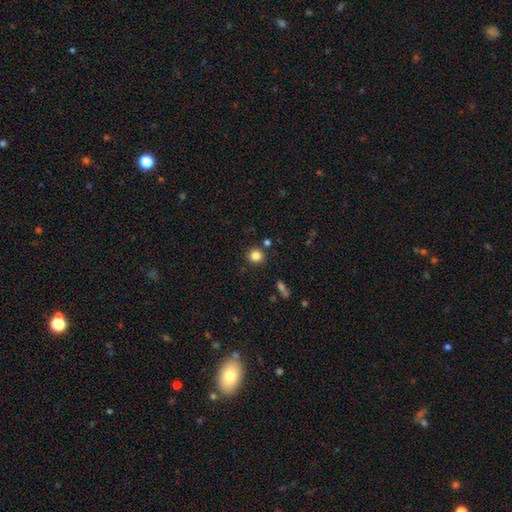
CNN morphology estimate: Smooth or featured? Predicted: smooth (p=0.84). How rounded? Predicted: round (p=0.90). Merging? Predicted: none (p=0.86).